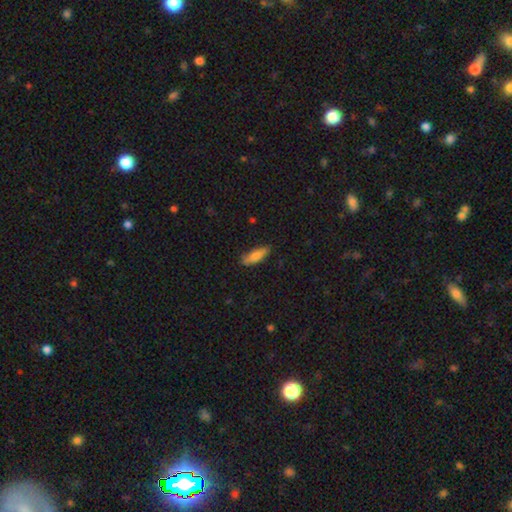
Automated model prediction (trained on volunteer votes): smooth 75%, featured or disk 19%, star or artifact 6%. Down the decision tree: how rounded — cigar-shaped (50%); merging — none (79%).